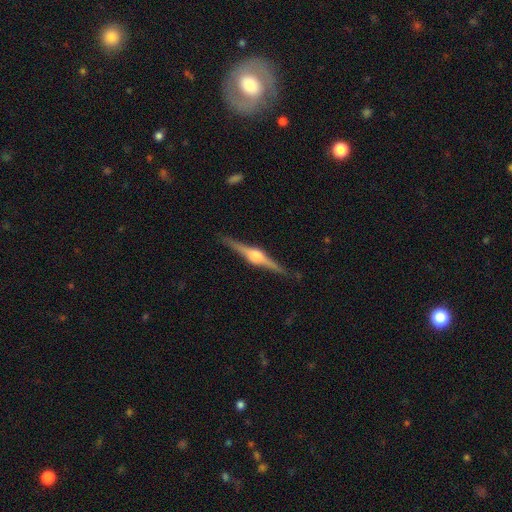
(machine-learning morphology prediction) The model was most divided on "smooth or featured": featured or disk: 85%, smooth: 10%, star or artifact: 5%. More confident: edge-on disk — yes (98%); edge-on bulge — rounded (92%); merging — none (90%).